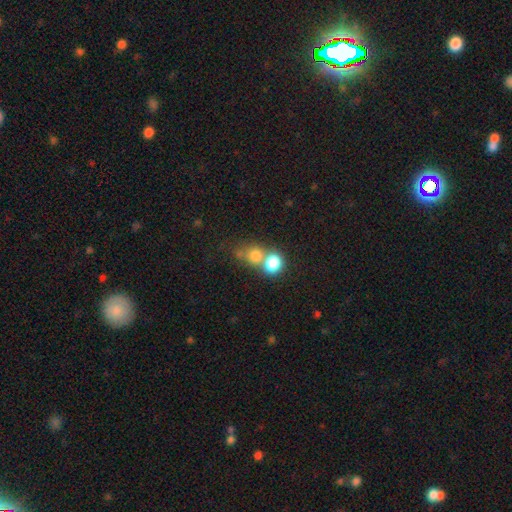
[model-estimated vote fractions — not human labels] Smooth or featured?
  - smooth: 76% *
  - star or artifact: 12%
  - featured or disk: 12%
How rounded?
  - round: 70% *
  - in between: 28%
  - cigar-shaped: 1%
Merging?
  - merger: 55% *
  - none: 35%
  - minor disturbance: 7%
  - major disturbance: 4%